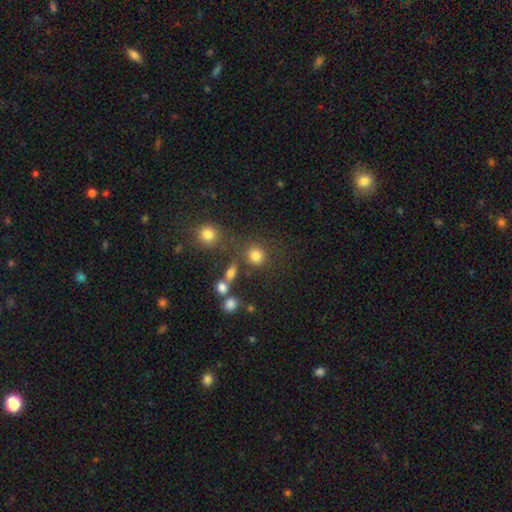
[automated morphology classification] Overall: smooth (80%). How rounded: round (88%). Merging: none (72%).